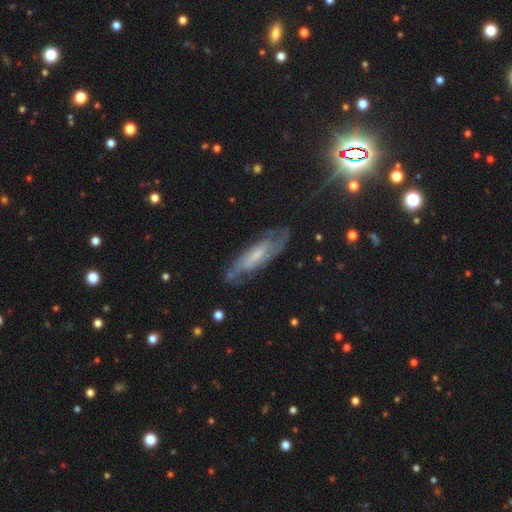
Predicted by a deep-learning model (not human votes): Morphology: type=featured or disk (75%); edge-on=no (79%); bar=weak (46%); spiral arms=yes (90%); winding=tight (44%); arm count=2 (55%); bulge=small (50%); merging=none (72%).